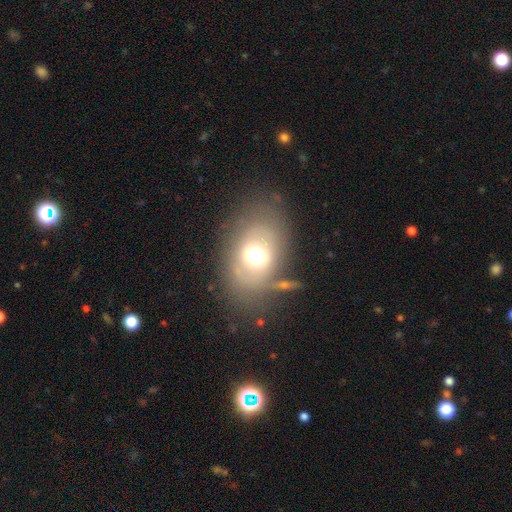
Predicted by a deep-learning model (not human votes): Smooth or featured: smooth — 57% (featured or disk — 29%)
How rounded: in between — 67% (round — 32%)
Merging: none — 65% (minor disturbance — 15%)